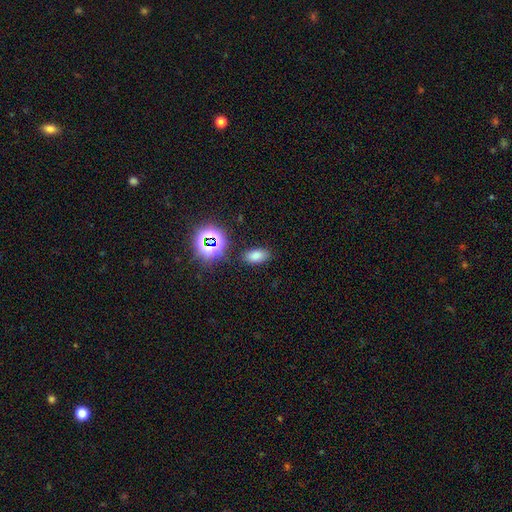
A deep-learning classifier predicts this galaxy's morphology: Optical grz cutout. It shows a smooth galaxy with no disk features (72%) that is in between round and cigar-shaped (89%). Merging: none (84%).